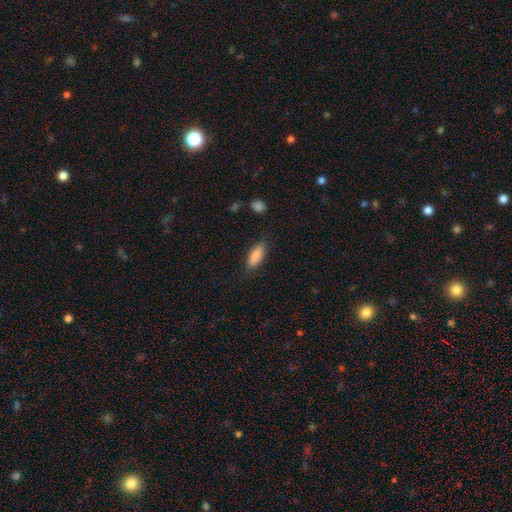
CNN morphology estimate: Smooth or featured: smooth — 85% (featured or disk — 8%)
How rounded: in between — 66% (cigar-shaped — 32%)
Merging: none — 83% (minor disturbance — 12%)